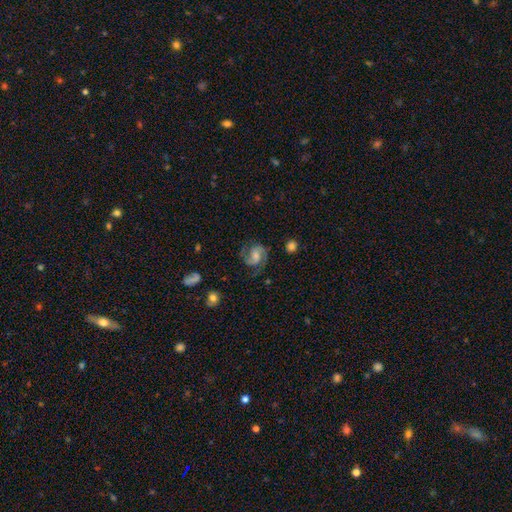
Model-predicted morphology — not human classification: smooth_or_featured: featured or disk (p=0.81) [alt: smooth p=0.12]
disk_edge_on: no (p=0.98) [alt: yes p=0.02]
bar: weak (p=0.47) [alt: no p=0.39]
has_spiral_arms: yes (p=0.96) [alt: no p=0.04]
spiral_winding: medium (p=0.56) [alt: tight p=0.24]
spiral_arm_count: 2 (p=0.88) [alt: can't tell p=0.04]
bulge_size: moderate (p=0.43) [alt: small p=0.34]
merging: none (p=0.73) [alt: minor disturbance p=0.16]